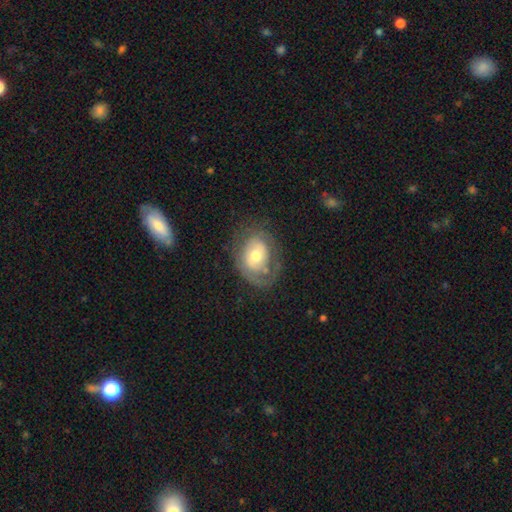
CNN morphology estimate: Overall: featured or disk (53%; smooth 39%). Edge-on disk: no (95%). Bar: no (76%). Spiral arms: yes (54%; no 46%). Bulge size: moderate (67%). Merging: none (58%; minor disturbance 23%).